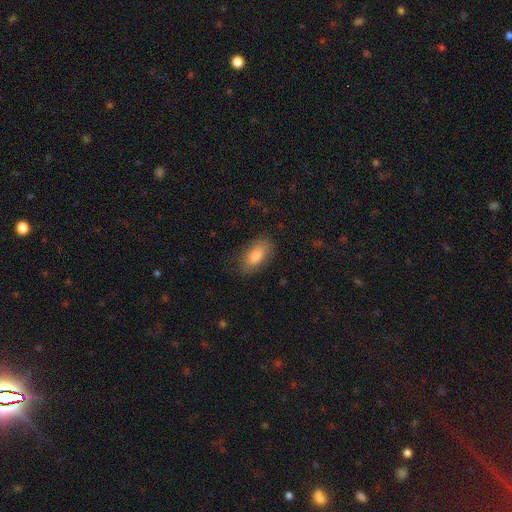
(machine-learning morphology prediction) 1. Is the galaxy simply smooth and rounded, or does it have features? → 80% smooth, 13% featured or disk, 7% star or artifact.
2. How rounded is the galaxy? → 90% in between, 6% cigar-shaped, 4% round.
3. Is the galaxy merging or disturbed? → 78% none, 17% minor disturbance, 4% major disturbance, 1% merger.